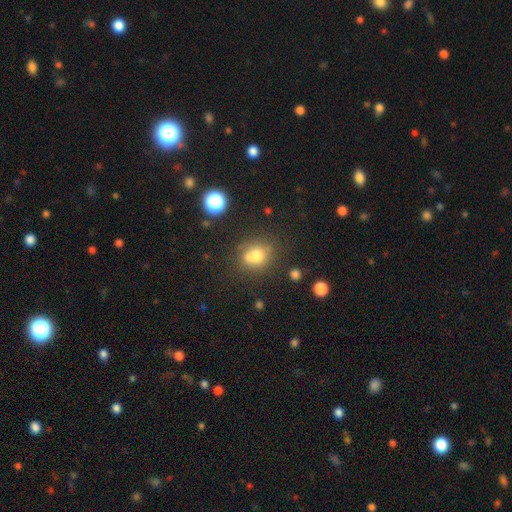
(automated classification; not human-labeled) The model was most divided on "merging": none: 54%, merger: 26%, minor disturbance: 14%, major disturbance: 5%. More confident: how rounded — round (72%); smooth or featured — smooth (71%).